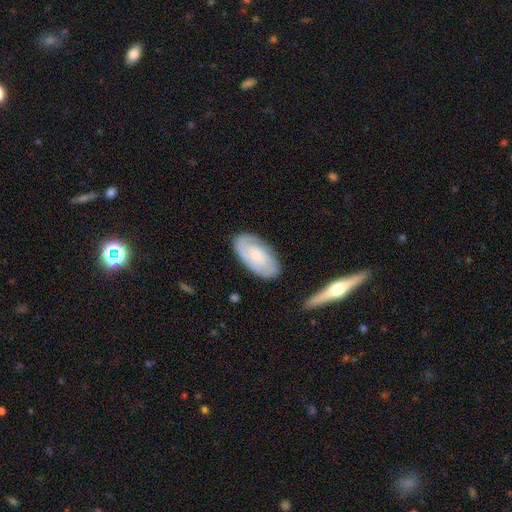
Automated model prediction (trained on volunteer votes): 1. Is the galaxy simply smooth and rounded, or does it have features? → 56% featured or disk, 38% smooth, 6% star or artifact.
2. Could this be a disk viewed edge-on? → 92% no, 8% yes.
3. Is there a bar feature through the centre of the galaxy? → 70% no, 25% weak, 5% strong.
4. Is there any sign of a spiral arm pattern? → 88% yes, 12% no.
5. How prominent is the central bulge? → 53% small, 25% moderate, 14% none, 6% large, 2% dominant.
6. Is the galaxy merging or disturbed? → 77% none, 16% minor disturbance, 4% major disturbance, 3% merger.